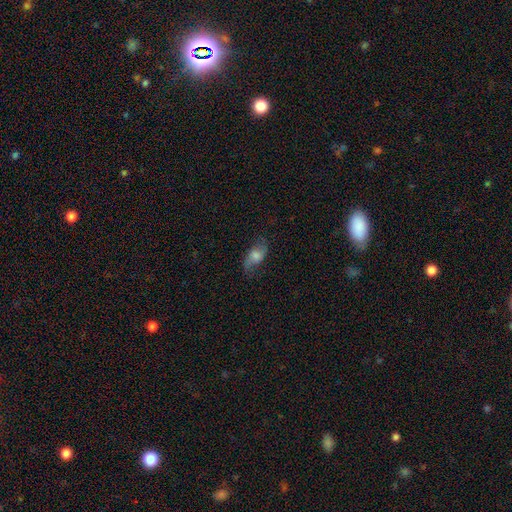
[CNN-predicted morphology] smooth-or-featured: smooth: 52% | featured or disk: 39% | star or artifact: 9%
  how-rounded: in between: 85% | round: 8% | cigar-shaped: 7%
  merging: none: 68% | minor disturbance: 21% | major disturbance: 10% | merger: 1%